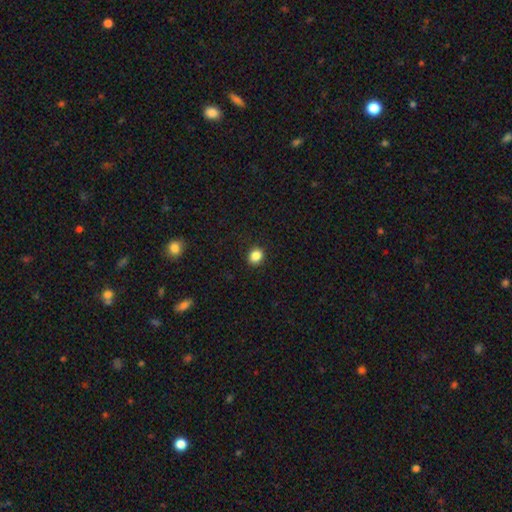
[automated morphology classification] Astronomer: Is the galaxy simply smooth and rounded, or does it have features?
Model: smooth — 87%.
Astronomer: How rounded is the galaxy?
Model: round — 65%.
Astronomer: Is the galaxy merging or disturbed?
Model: none — 91%.